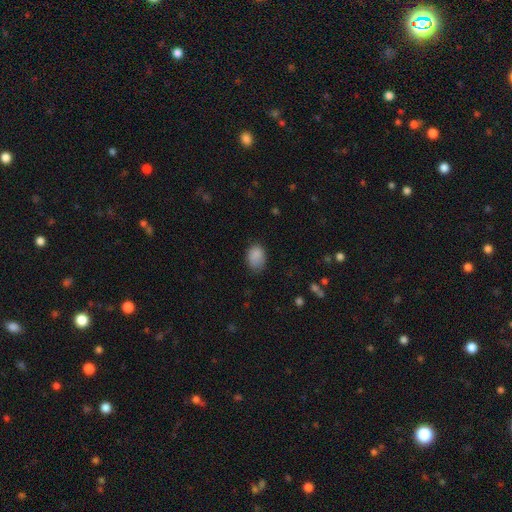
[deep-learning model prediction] Overall: smooth (86%). How rounded: in between (74%). Merging: none (65%; minor disturbance 27%).